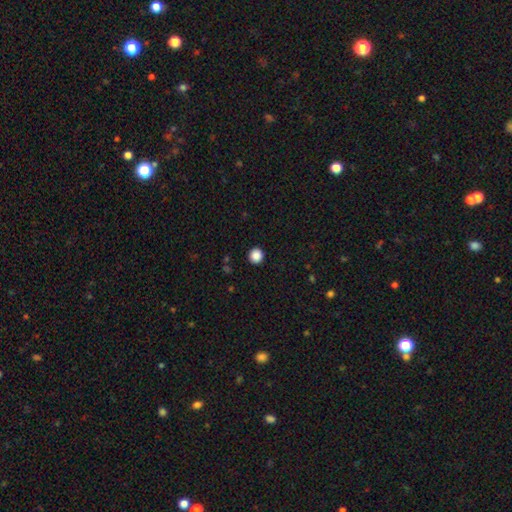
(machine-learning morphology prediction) A smooth galaxy with no disk features (88%) that is round (94%). Merging: none (93%).